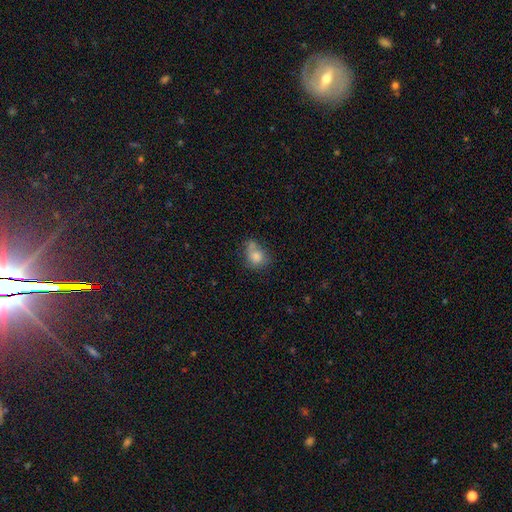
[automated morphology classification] A smooth galaxy with no disk features (78%) that is round (57%).

Vote fractions:
- Smooth or featured? smooth: 78% / featured or disk: 13% / star or artifact: 10%
- How rounded? round: 57% / in between: 42% / cigar-shaped: 1%
- Merging? none: 43% / minor disturbance: 26% / merger: 20% / major disturbance: 11%